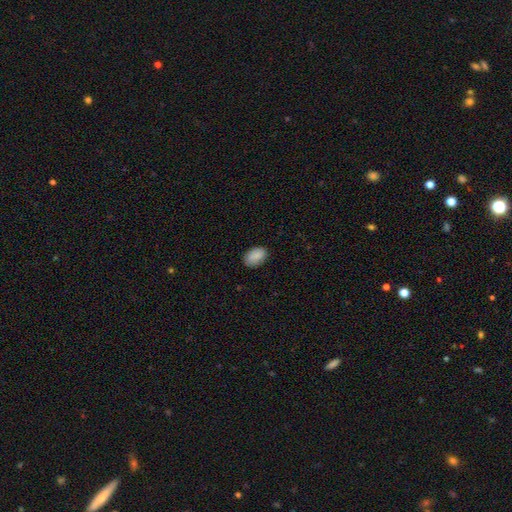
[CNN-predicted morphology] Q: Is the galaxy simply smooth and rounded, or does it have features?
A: smooth — 89%.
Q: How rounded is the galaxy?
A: in between — 89%.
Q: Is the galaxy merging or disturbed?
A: none — 84%.